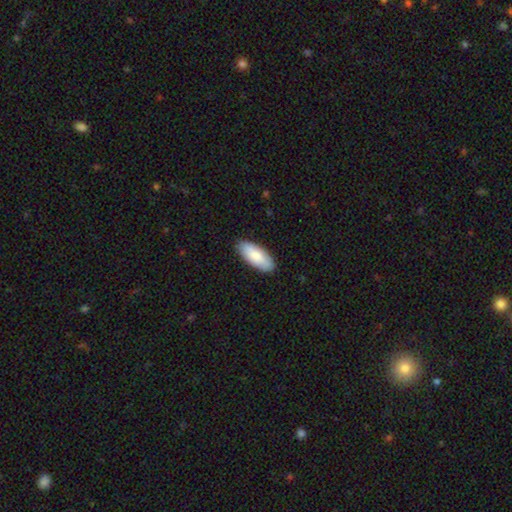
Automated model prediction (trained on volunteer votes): Smooth or featured?
  - smooth: 84% *
  - featured or disk: 11%
  - star or artifact: 5%
How rounded?
  - in between: 85% *
  - cigar-shaped: 13%
  - round: 2%
Merging?
  - none: 88% *
  - minor disturbance: 9%
  - major disturbance: 2%
  - merger: 1%